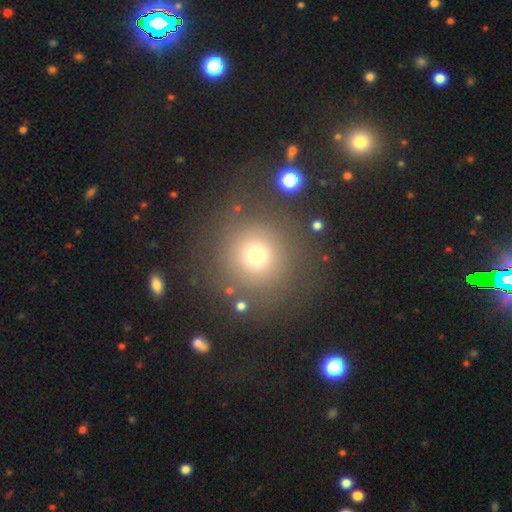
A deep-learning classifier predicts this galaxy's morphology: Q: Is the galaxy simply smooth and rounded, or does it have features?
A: smooth — 71%.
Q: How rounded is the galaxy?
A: round — 94%.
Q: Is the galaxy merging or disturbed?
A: none — 80%.